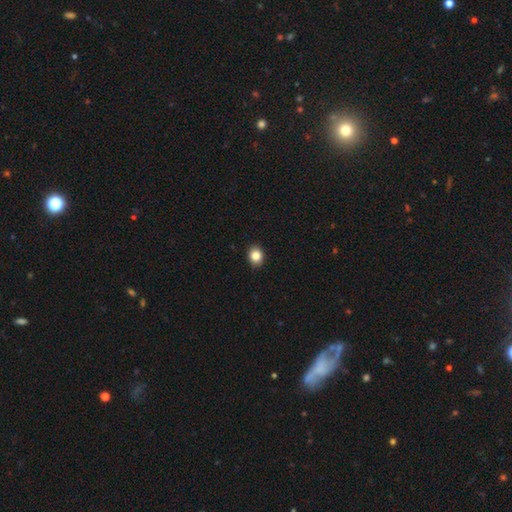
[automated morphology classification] Smooth or featured: smooth — 85% (star or artifact — 10%)
How rounded: round — 54% (in between — 45%)
Merging: none — 91% (minor disturbance — 7%)